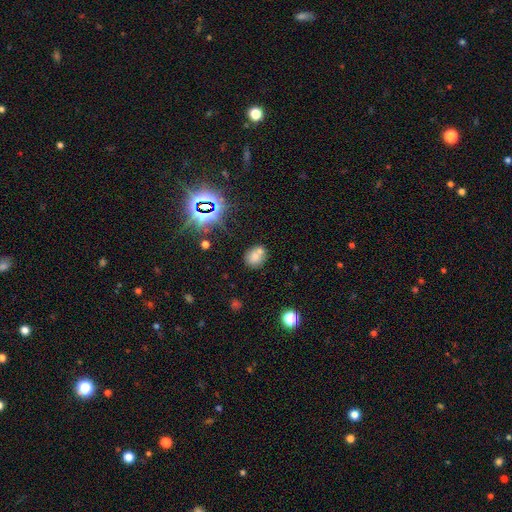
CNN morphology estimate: This appears to be a smooth galaxy with no disk features (68%) that is round (62%). Merging: none (50%).